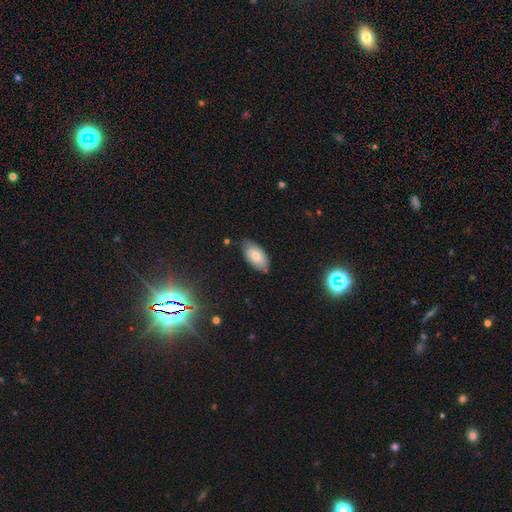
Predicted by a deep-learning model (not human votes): Smooth or featured? smooth (62%)
How rounded? in between (94%)
Merging? none (73%)